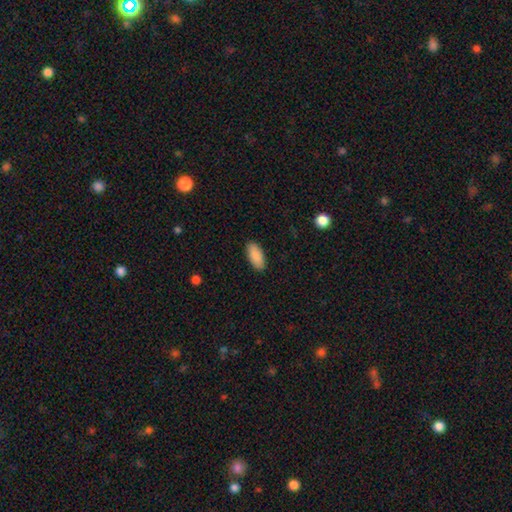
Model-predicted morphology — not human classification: Smooth or featured? smooth (90%)
How rounded? in between (88%)
Merging? none (89%)